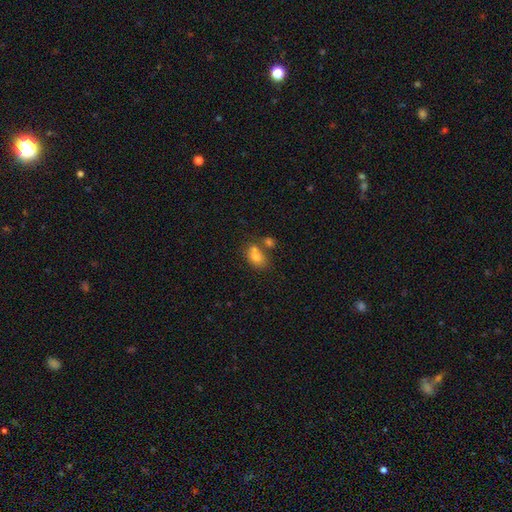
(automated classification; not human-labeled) Smooth or featured? smooth (74%)
How rounded? in between (66%)
Merging? merger (42%)